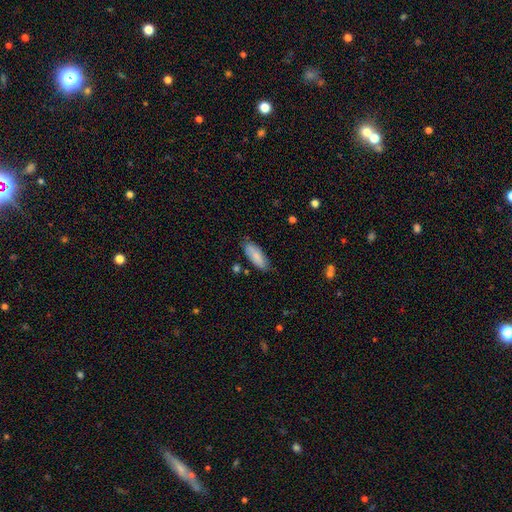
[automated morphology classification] Smooth or featured: smooth — 79% (featured or disk — 15%)
How rounded: in between — 74% (cigar-shaped — 25%)
Merging: none — 78% (minor disturbance — 17%)